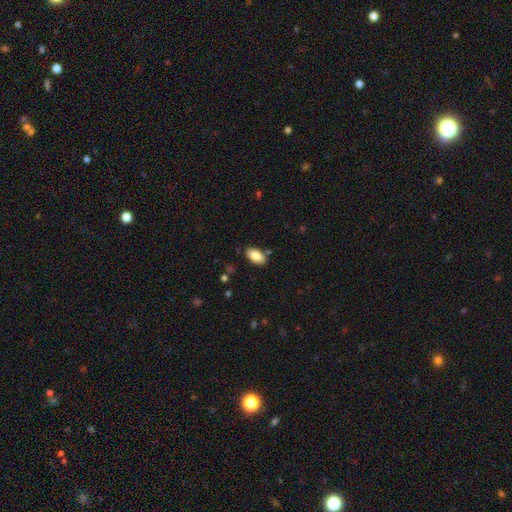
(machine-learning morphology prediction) A smooth galaxy with no disk features (83%) that is in between round and cigar-shaped (93%).

Vote fractions:
- Smooth or featured? smooth: 83% / featured or disk: 10% / star or artifact: 7%
- How rounded? in between: 93% / cigar-shaped: 4% / round: 3%
- Merging? none: 81% / minor disturbance: 12% / merger: 5% / major disturbance: 2%